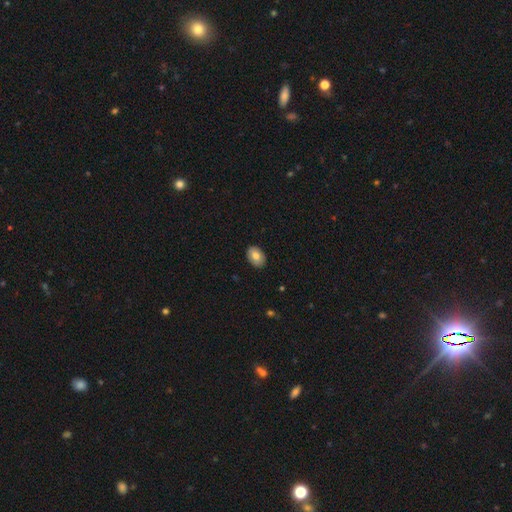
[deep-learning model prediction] This appears to be a smooth galaxy with no disk features (75%) that is in between round and cigar-shaped (82%). Merging: none (89%).